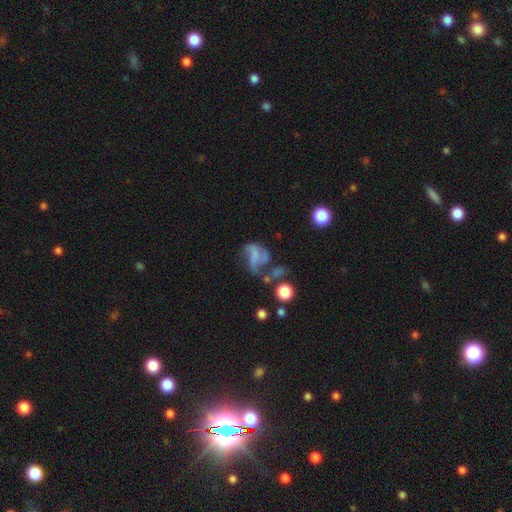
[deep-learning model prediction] The model was most divided on "spiral arms": yes: 51%, no: 49%. Remaining: edge-on disk — no (97%); bulge size — none (70%); bar — no (68%); smooth or featured — featured or disk (53%); merging — major disturbance (41%).